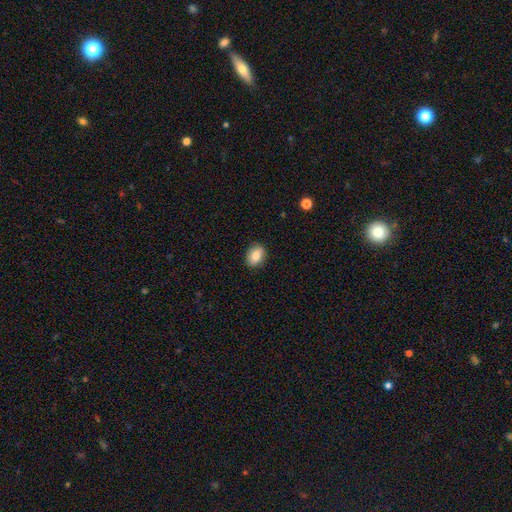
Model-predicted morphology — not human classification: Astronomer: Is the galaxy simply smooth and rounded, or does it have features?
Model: smooth — 84%.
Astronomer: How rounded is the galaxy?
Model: in between — 76%.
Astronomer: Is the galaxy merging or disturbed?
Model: none — 87%.